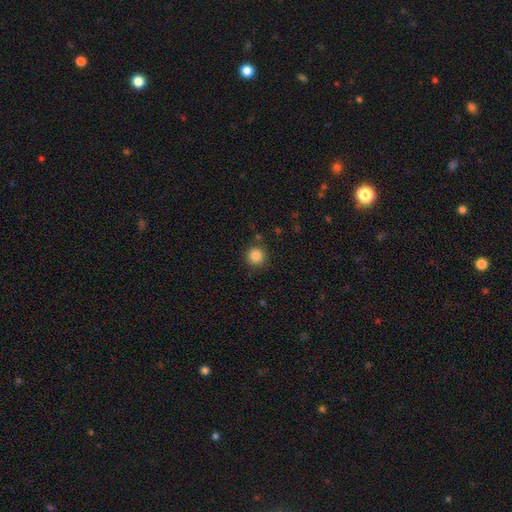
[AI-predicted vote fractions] Smooth or featured? Predicted: smooth (p=0.85). How rounded? Predicted: round (p=0.94). Merging? Predicted: none (p=0.86).